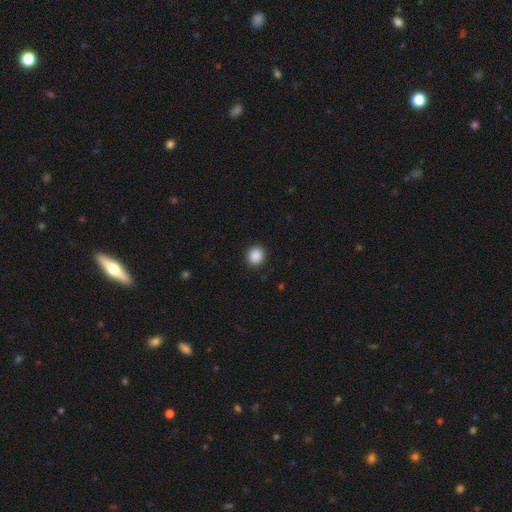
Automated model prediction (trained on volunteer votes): Morphology: type=smooth (89%); roundness=round (83%); merging=none (91%).